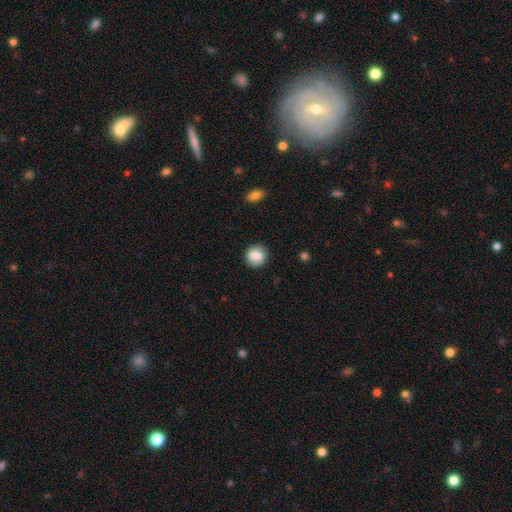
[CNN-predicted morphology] This appears to be a smooth galaxy with no disk features (81%) that is round (82%). Merging: none (84%).